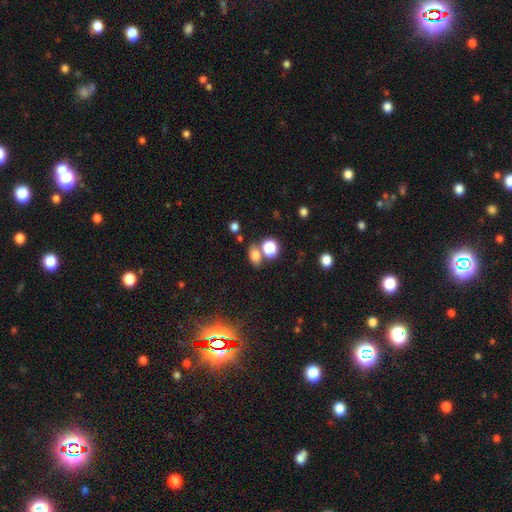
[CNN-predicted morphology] Smooth or featured?
  - smooth: 73% *
  - star or artifact: 17%
  - featured or disk: 10%
How rounded?
  - in between: 67% *
  - round: 30%
  - cigar-shaped: 3%
Merging?
  - none: 60% *
  - merger: 24%
  - minor disturbance: 11%
  - major disturbance: 4%